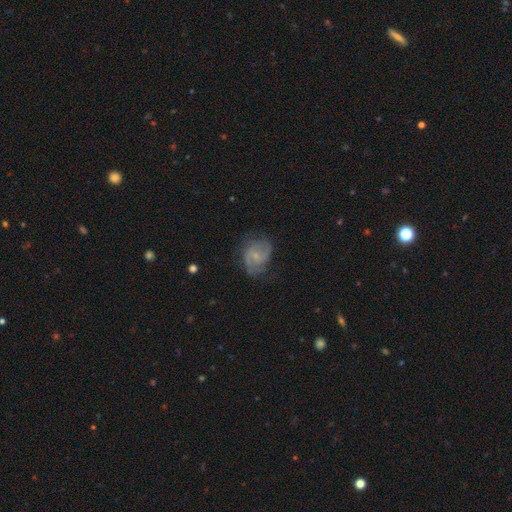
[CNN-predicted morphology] Smooth or featured: featured or disk — 71% (smooth — 22%)
Edge-on disk: no — 98% (yes — 2%)
Bar: no — 57% (weak — 37%)
Spiral arms: yes — 91% (no — 9%)
Spiral winding: medium — 48% (tight — 27%)
Spiral arm count: 2 — 73% (can't tell — 14%)
Bulge size: small — 69% (moderate — 17%)
Merging: none — 62% (minor disturbance — 24%)